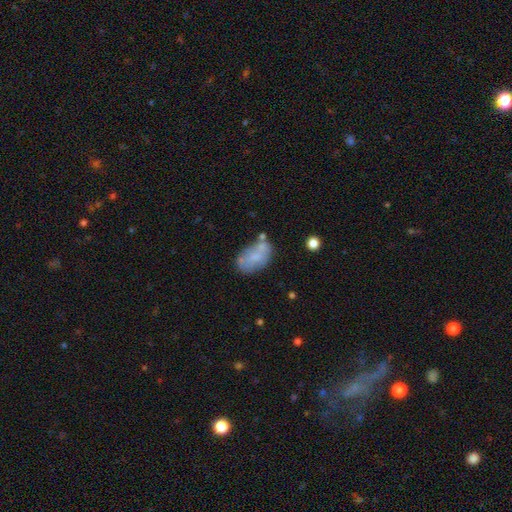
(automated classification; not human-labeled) smooth_or_featured: smooth (p=0.63) [alt: featured or disk p=0.29]
how_rounded: in between (p=0.91) [alt: round p=0.07]
merging: none (p=0.52) [alt: minor disturbance p=0.26]